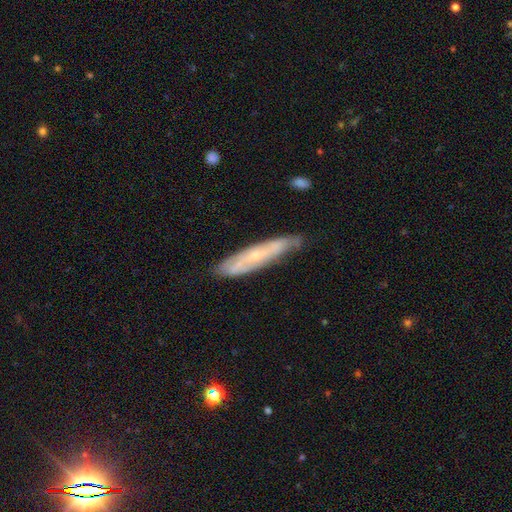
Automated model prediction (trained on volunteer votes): The model was most divided on "edge-on disk" (2-way tie): no: 50%, yes: 50%. More confident: merging — none (72%); smooth or featured — featured or disk (60%).